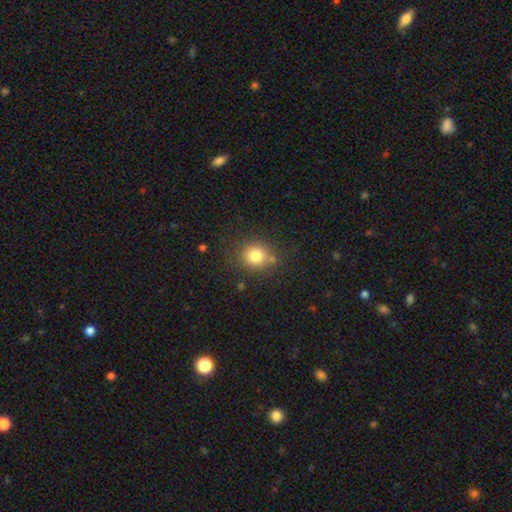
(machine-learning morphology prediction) Smooth or featured? smooth (80%)
How rounded? round (84%)
Merging? none (75%)